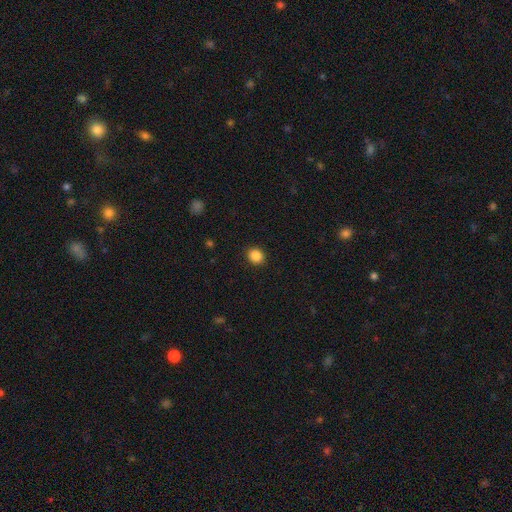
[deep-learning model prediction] Overall: smooth (87%). How rounded: round (73%). Merging: none (91%).